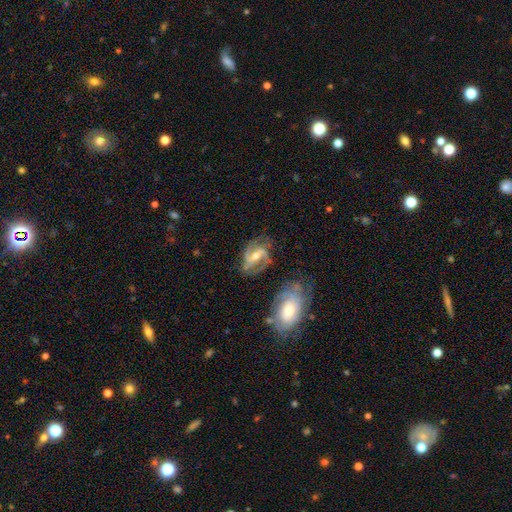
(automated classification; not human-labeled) A featured or disk galaxy (88%) with a weak bar (43%), 2 (72%) medium (51%) spiral arms (97%) and a moderate central bulge (52%). Merging: none (67%).